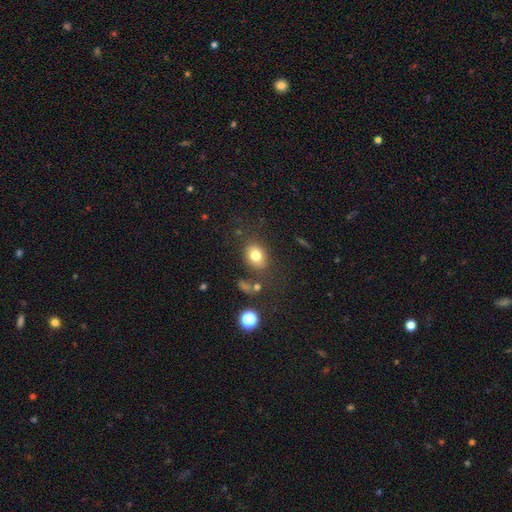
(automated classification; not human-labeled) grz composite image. It shows a smooth galaxy with no disk features (78%) that is in between round and cigar-shaped (60%). Merging: none (75%).